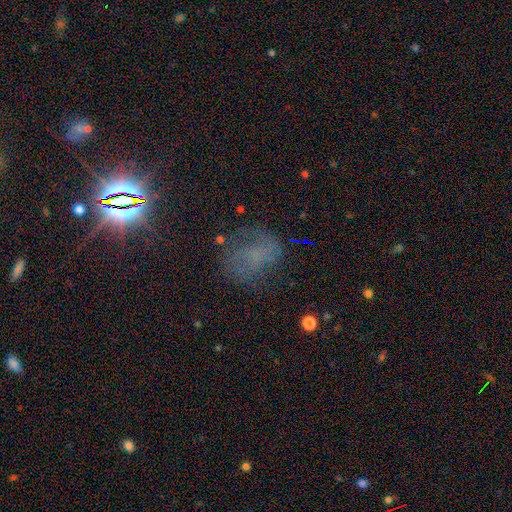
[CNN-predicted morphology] This is marginally a star or artifact rather than a galaxy (36%).